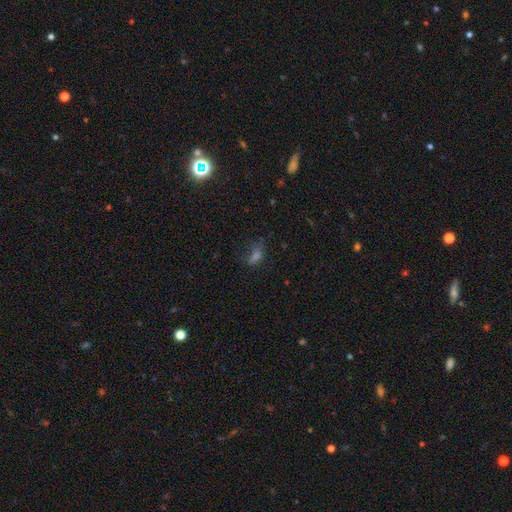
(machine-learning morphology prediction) smooth 52%, star or artifact 33%, featured or disk 15%. Down the decision tree: how rounded — in between (70%); merging — none (57%).